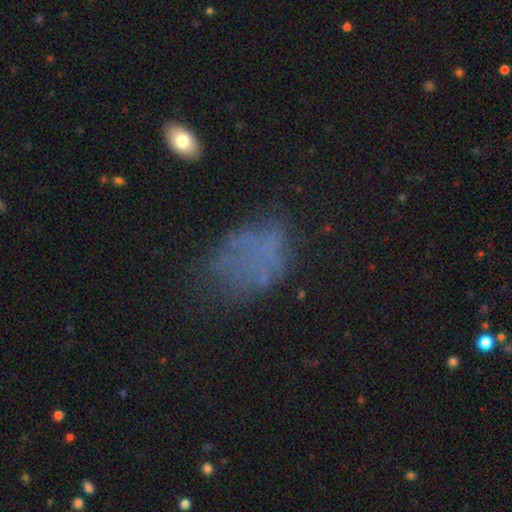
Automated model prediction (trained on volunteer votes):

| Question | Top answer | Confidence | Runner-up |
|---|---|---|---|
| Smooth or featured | smooth | 47% | featured or disk (28%) |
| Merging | none | 45% | major disturbance (26%) |